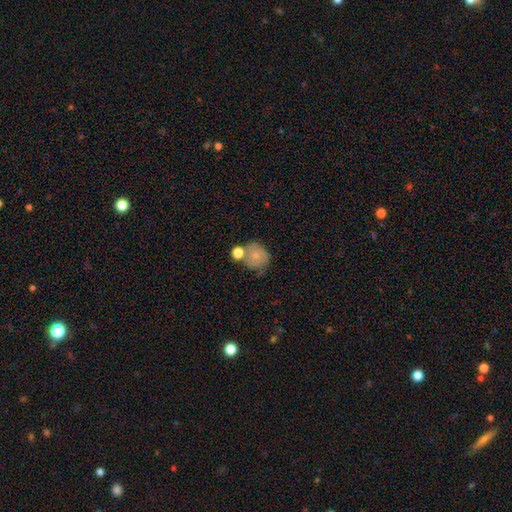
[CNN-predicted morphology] type=smooth (66%); roundness=round (78%); merging=none (48%).